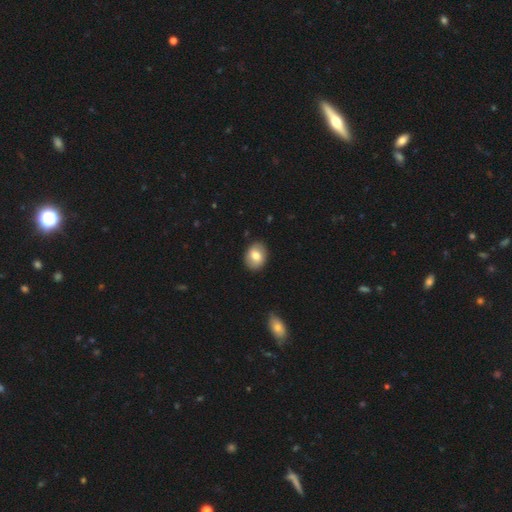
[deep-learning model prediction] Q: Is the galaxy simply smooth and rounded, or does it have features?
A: smooth — 75%.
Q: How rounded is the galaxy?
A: in between — 57%.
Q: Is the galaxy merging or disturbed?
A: none — 87%.